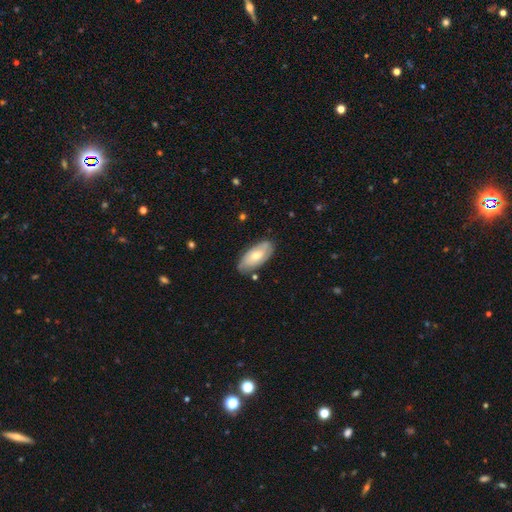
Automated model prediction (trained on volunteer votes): Smooth or featured?
  - smooth: 51% *
  - featured or disk: 43%
  - star or artifact: 6%
How rounded?
  - in between: 90% *
  - cigar-shaped: 8%
  - round: 3%
Merging?
  - none: 80% *
  - minor disturbance: 16%
  - major disturbance: 3%
  - merger: 2%